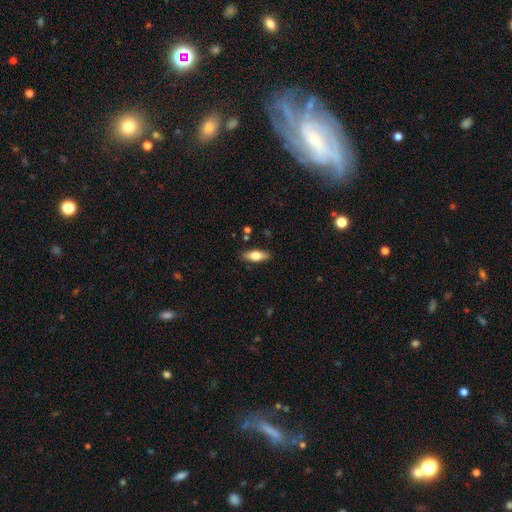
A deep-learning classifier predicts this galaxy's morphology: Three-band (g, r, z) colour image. It shows a smooth galaxy with no disk features (64%) that is in between round and cigar-shaped (69%). Merging: none (86%).